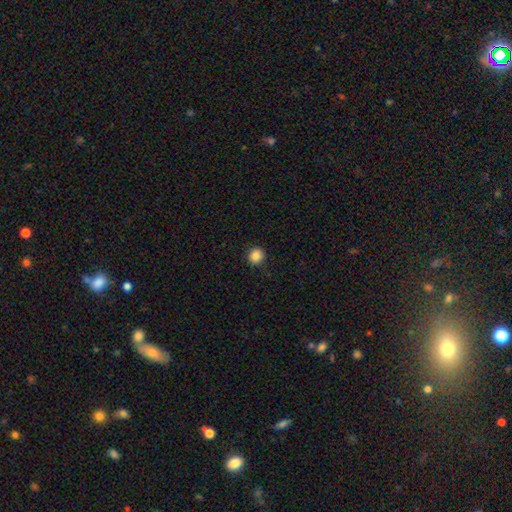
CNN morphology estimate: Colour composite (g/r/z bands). It shows a smooth galaxy with no disk features (87%) that is round (90%). Merging: none (91%).